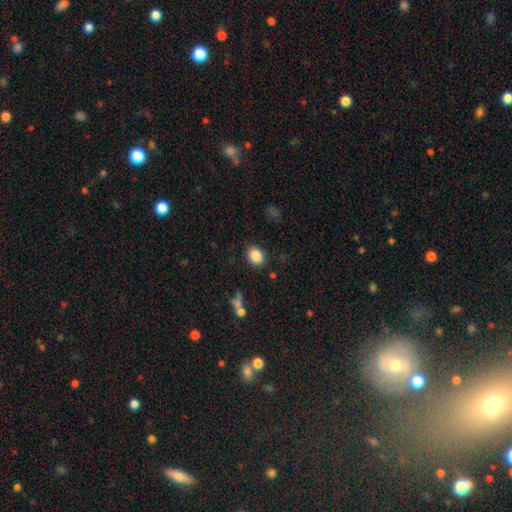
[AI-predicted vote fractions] Overall: smooth (87%). How rounded: in between (60%; round 39%). Merging: none (85%).